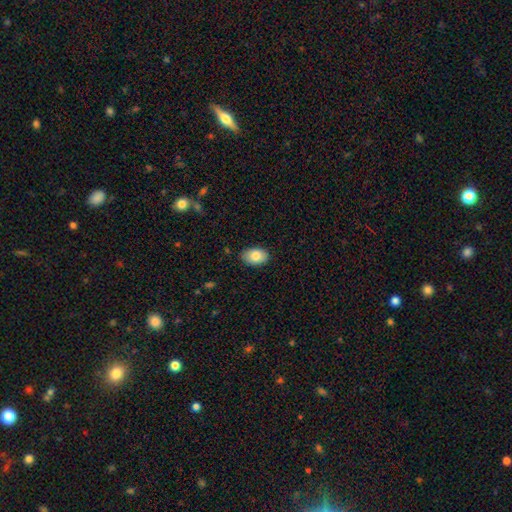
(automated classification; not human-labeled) Smooth or featured? smooth (82%)
How rounded? in between (88%)
Merging? none (85%)